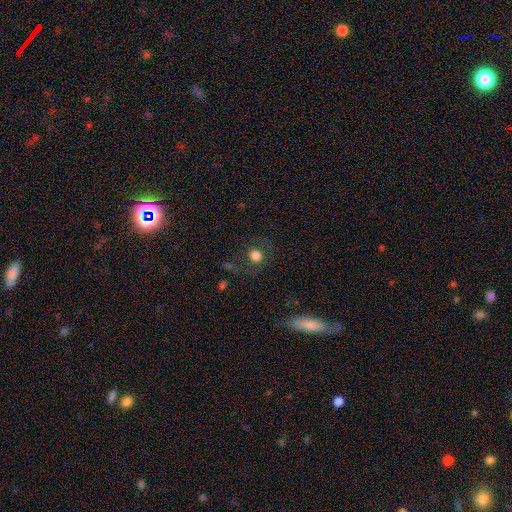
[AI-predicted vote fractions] Smooth or featured: smooth — 71% (featured or disk — 16%)
How rounded: round — 89% (in between — 10%)
Merging: none — 77% (minor disturbance — 12%)